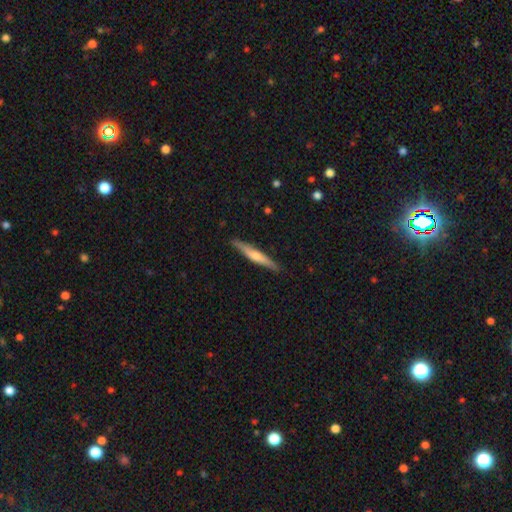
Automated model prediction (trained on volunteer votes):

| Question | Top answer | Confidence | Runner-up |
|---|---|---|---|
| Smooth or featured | featured or disk | 51% | smooth (44%) |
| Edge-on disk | yes | 96% | no (4%) |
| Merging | none | 88% | minor disturbance (9%) |